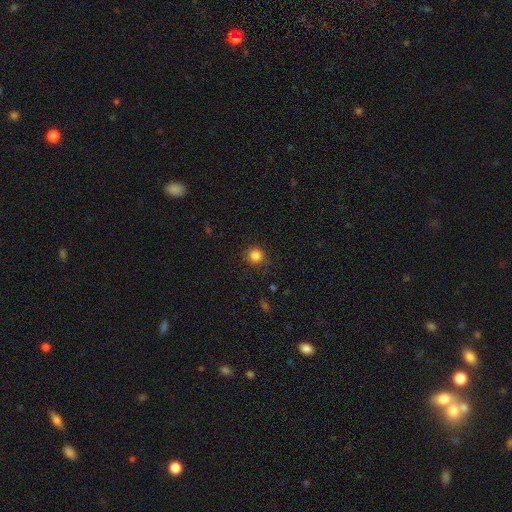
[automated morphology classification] The model was most divided on "smooth or featured": smooth: 84%, star or artifact: 12%, featured or disk: 4%. More confident: how rounded — round (93%); merging — none (88%).